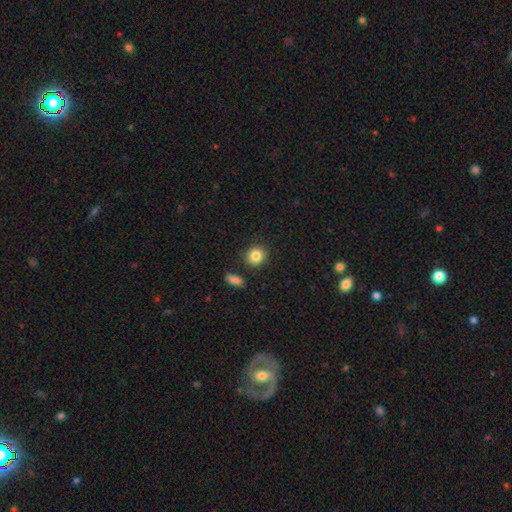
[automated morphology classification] Q: Smooth or featured?
A: smooth (86%); runner-up: star or artifact (9%)
Q: How rounded?
A: round (84%); runner-up: in between (15%)
Q: Merging?
A: none (86%); runner-up: minor disturbance (8%)